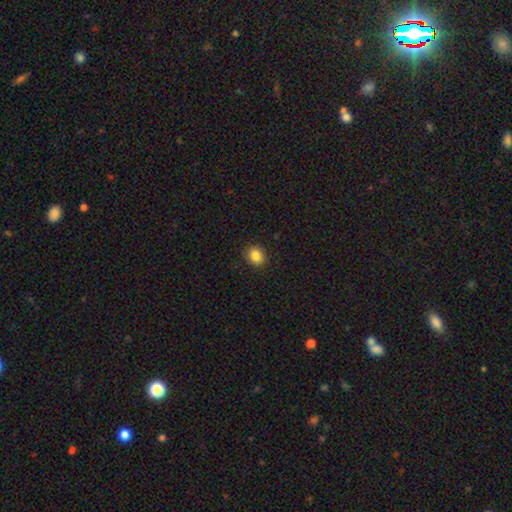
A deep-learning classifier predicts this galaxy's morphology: Smooth or featured? Predicted: smooth (p=0.85). How rounded? Predicted: round (p=0.59). Merging? Predicted: none (p=0.90).